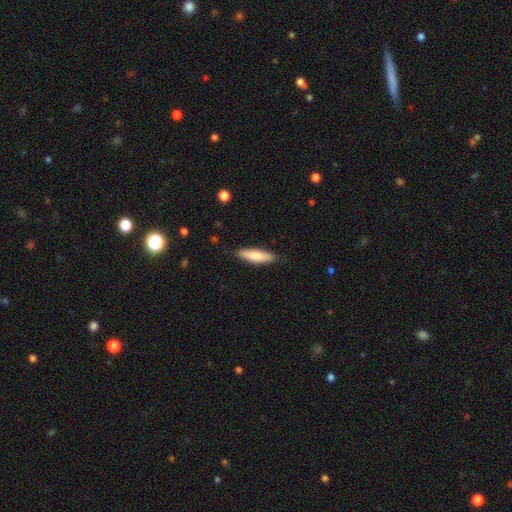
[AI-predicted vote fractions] Q: Smooth or featured?
A: smooth (80%); runner-up: featured or disk (15%)
Q: How rounded?
A: cigar-shaped (61%); runner-up: in between (37%)
Q: Merging?
A: none (85%); runner-up: minor disturbance (12%)